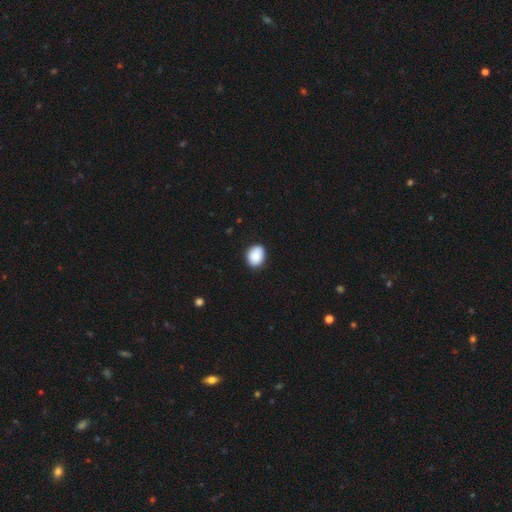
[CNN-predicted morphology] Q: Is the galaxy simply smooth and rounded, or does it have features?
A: smooth — 88%.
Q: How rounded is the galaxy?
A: in between — 58%.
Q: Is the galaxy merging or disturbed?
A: none — 86%.